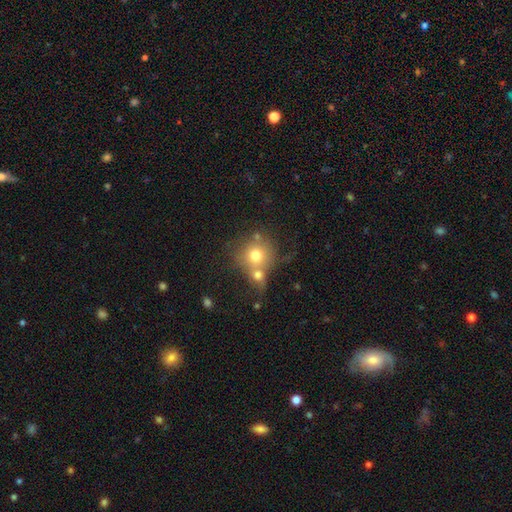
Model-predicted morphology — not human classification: The model was most divided on "merging": merger: 46%, none: 39%, minor disturbance: 9%, major disturbance: 5%. More confident: how rounded — round (87%); smooth or featured — smooth (71%).